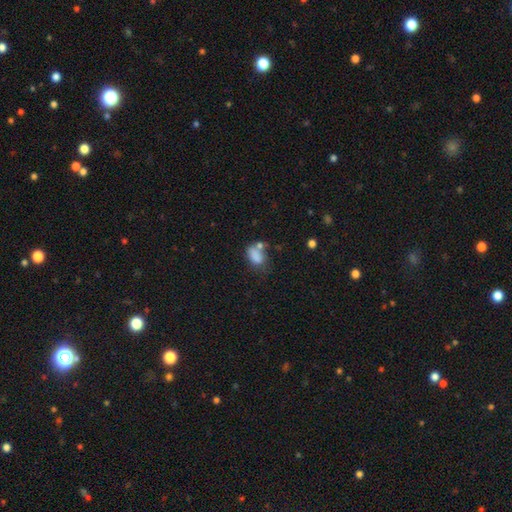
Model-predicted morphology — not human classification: Q: Smooth or featured?
A: smooth (80%); runner-up: star or artifact (11%)
Q: How rounded?
A: in between (85%); runner-up: round (13%)
Q: Merging?
A: none (40%); runner-up: merger (25%)